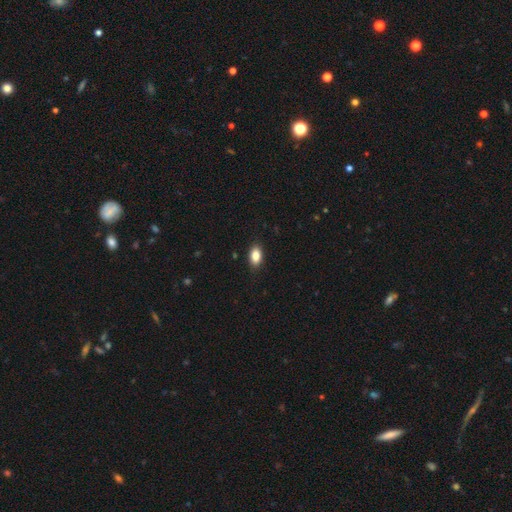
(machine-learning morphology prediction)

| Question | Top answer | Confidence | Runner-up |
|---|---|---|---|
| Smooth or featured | smooth | 86% | star or artifact (8%) |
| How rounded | in between | 90% | round (7%) |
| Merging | none | 88% | minor disturbance (9%) |